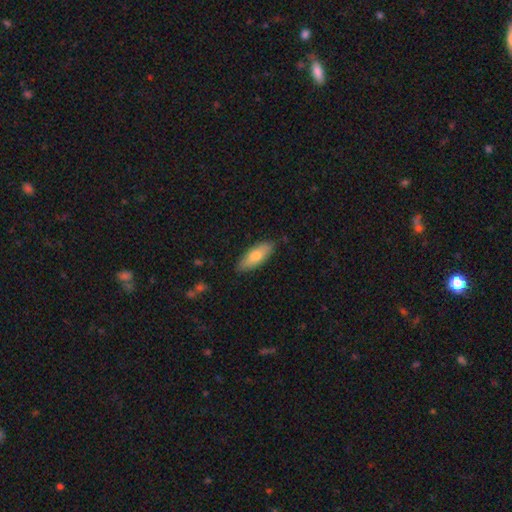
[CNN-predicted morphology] Overall: smooth (71%). How rounded: in between (67%; cigar-shaped 31%). Merging: none (85%).